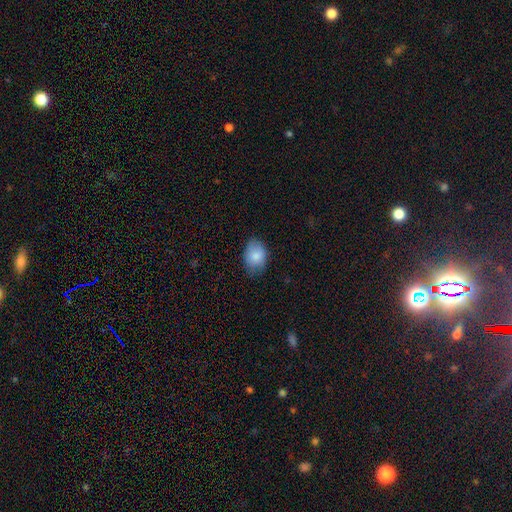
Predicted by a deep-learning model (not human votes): Smooth or featured?
  - smooth: 83% *
  - featured or disk: 10%
  - star or artifact: 7%
How rounded?
  - in between: 78% *
  - round: 21%
  - cigar-shaped: 1%
Merging?
  - none: 74% *
  - minor disturbance: 21%
  - major disturbance: 4%
  - merger: 1%